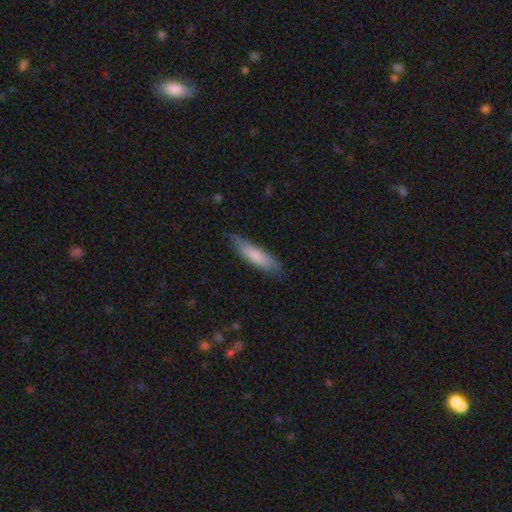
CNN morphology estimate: Overall: smooth (78%). How rounded: cigar-shaped (71%). Merging: none (73%).